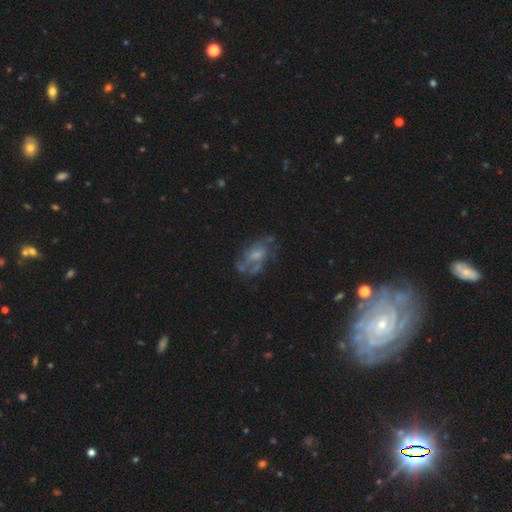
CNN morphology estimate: A featured or disk galaxy (64%) with no bar (70%), spiral arms (58%) and a small central bulge (40%). Merging: none (47%).